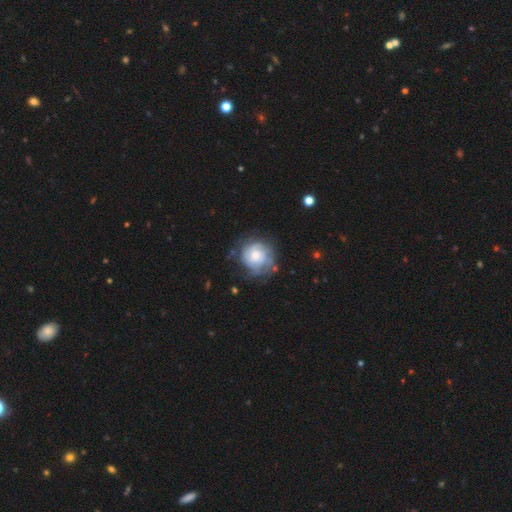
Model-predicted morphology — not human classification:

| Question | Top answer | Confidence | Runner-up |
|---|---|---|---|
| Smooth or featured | featured or disk | 61% | smooth (32%) |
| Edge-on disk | no | 98% | yes (2%) |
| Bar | no | 75% | weak (21%) |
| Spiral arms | yes | 83% | no (17%) |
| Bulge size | moderate | 47% | small (30%) |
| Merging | none | 65% | minor disturbance (21%) |